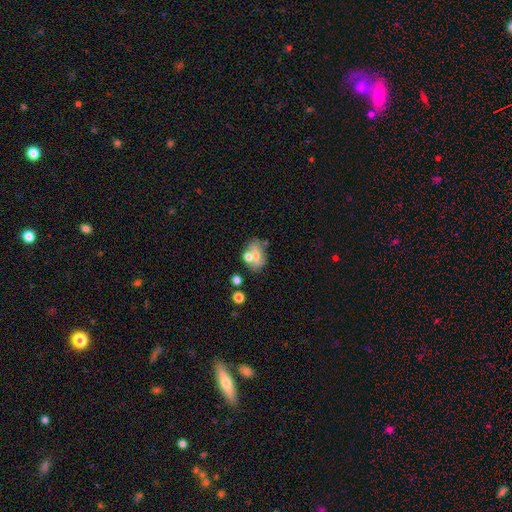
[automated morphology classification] A smooth galaxy with no disk features (55%) that is in between round and cigar-shaped (75%). Merging: none (47%).